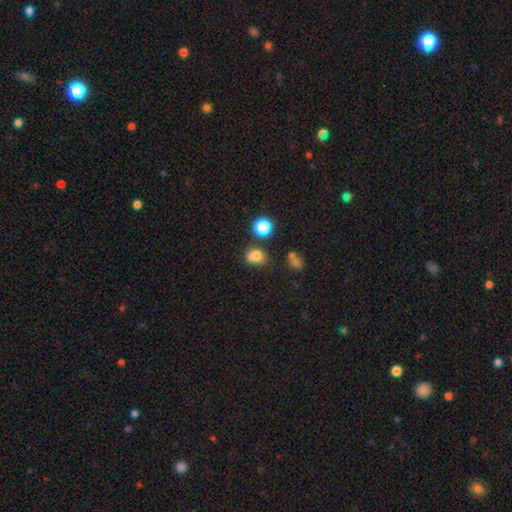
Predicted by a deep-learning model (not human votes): Morphology: type=smooth (75%); roundness=round (52%); merging=none (51%).